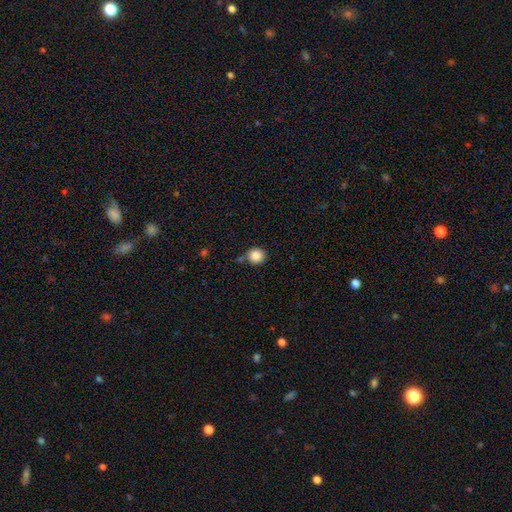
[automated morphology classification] Smooth or featured? Predicted: smooth (p=0.86). How rounded? Predicted: round (p=0.92). Merging? Predicted: none (p=0.75).